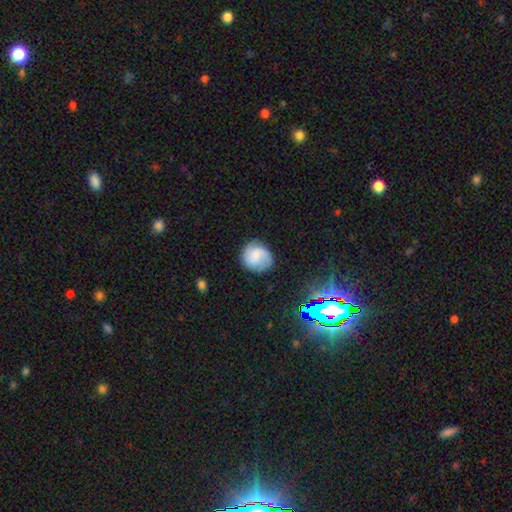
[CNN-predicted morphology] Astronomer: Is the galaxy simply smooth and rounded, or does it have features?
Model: smooth — 57% (runner-up: featured or disk, 34%).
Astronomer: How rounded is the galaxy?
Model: round — 82%.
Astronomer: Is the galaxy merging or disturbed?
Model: none — 70%.